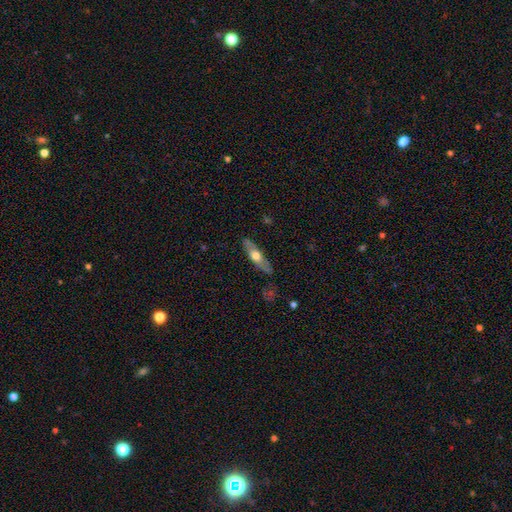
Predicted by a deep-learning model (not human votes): Smooth or featured? smooth (48%)
Merging? none (84%)